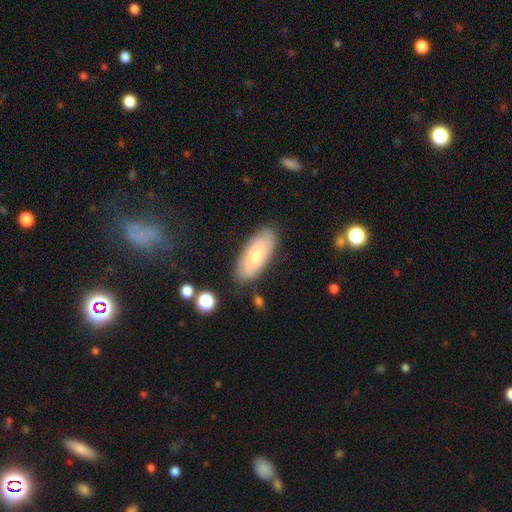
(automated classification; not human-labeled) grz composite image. It shows a smooth galaxy with no disk features (58%) that is in between round and cigar-shaped (84%). Merging: none (81%).